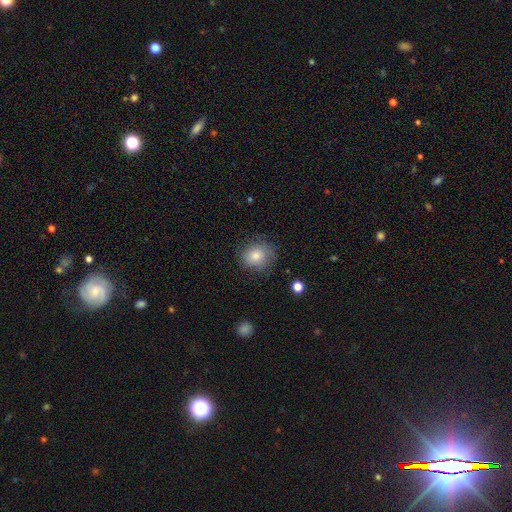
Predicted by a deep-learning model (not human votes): smooth 79%, featured or disk 11%, star or artifact 10%. Down the decision tree: how rounded — round (77%); merging — none (75%).